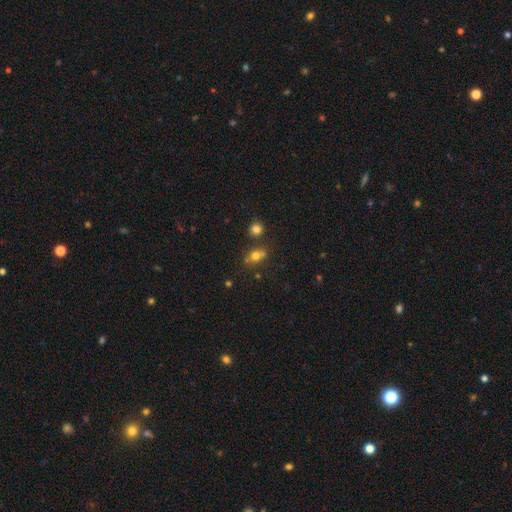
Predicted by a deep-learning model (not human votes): Smooth or featured: smooth — 69% (star or artifact — 17%)
How rounded: round — 57% (in between — 41%)
Merging: none — 54% (merger — 29%)